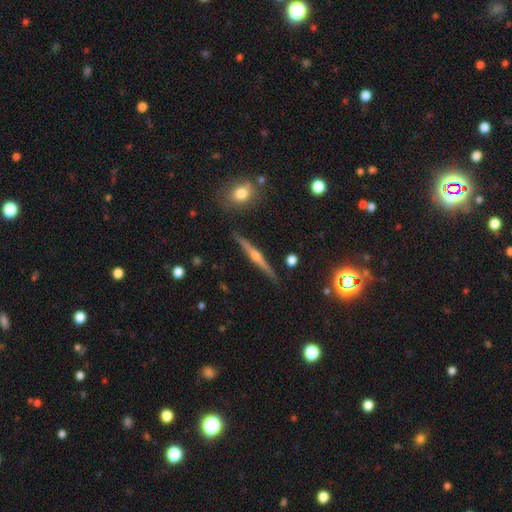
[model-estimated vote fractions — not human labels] This is likely a featured or disk galaxy (79%). It is clearly viewed edge-on (98%). Edge-on bulge: clearly rounded (91%). Merging: clearly none (90%).